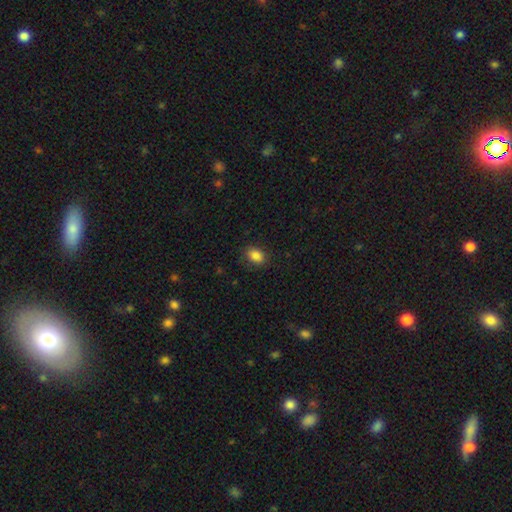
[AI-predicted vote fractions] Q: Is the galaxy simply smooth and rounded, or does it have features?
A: smooth — 86%.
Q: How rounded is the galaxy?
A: in between — 74%.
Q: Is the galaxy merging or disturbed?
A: none — 85%.